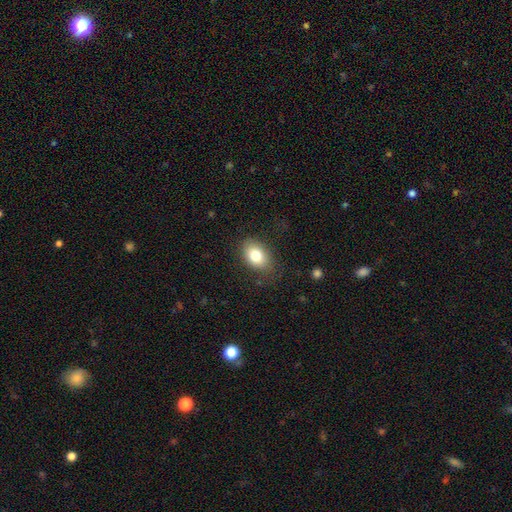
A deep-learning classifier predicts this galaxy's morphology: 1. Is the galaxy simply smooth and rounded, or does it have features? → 80% smooth, 11% featured or disk, 9% star or artifact.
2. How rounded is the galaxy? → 80% in between, 19% round, 1% cigar-shaped.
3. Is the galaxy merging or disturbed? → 78% none, 16% minor disturbance, 5% major disturbance, 1% merger.